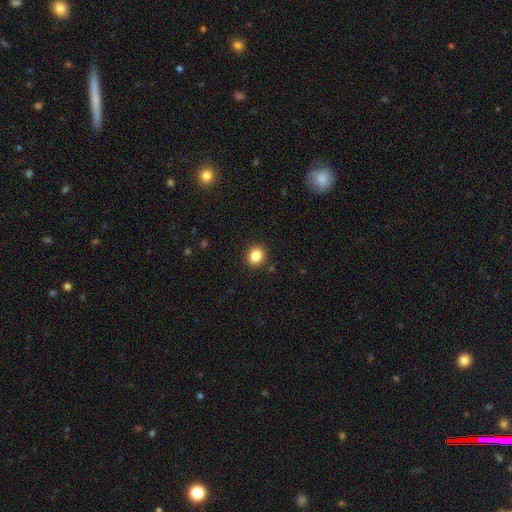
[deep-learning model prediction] Smooth or featured? Predicted: smooth (p=0.84). How rounded? Predicted: round (p=0.78). Merging? Predicted: none (p=0.91).